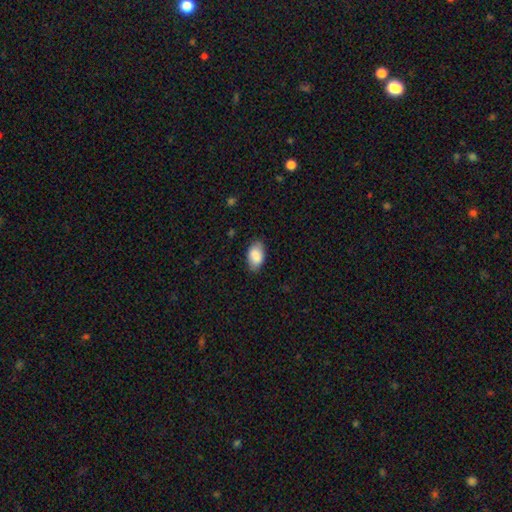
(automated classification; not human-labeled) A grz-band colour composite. It shows a smooth galaxy with no disk features (87%) that is in between round and cigar-shaped (93%). Merging: none (79%).